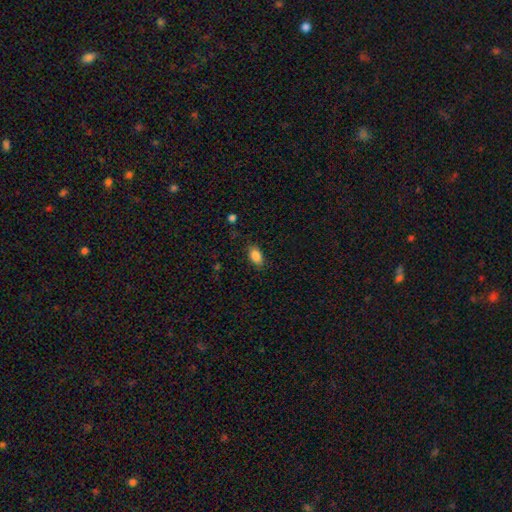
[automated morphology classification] This appears to be a smooth galaxy with no disk features (86%) that is in between round and cigar-shaped (90%). Merging: none (83%).